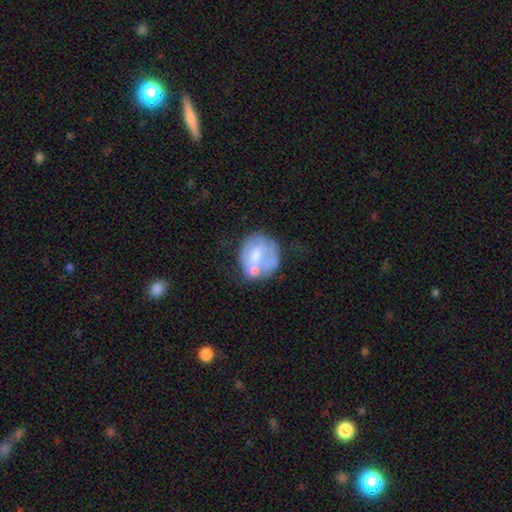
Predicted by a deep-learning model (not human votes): Morphology: type=featured or disk (53%); edge-on=no (97%); bar=no (56%); spiral arms=no (75%); bulge=moderate (45%); merging=none (39%).